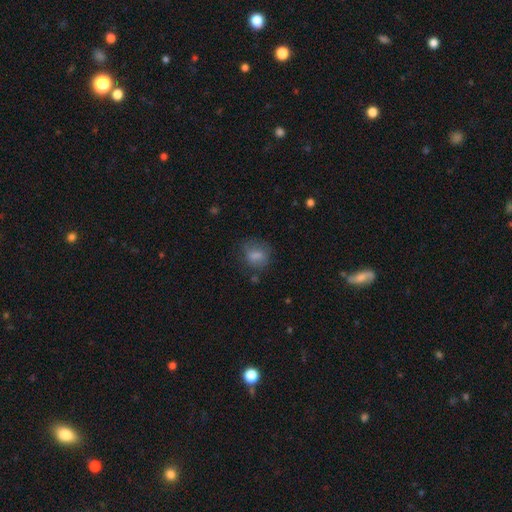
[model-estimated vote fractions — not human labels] The model was most divided on "how rounded": round: 51%, in between: 47%, cigar-shaped: 2%. More confident: smooth or featured — smooth (75%); merging — none (62%).